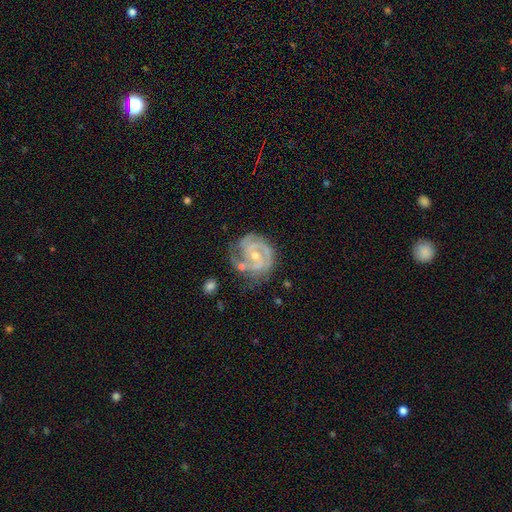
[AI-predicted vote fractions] smooth-or-featured: featured or disk: 88% | smooth: 6% | star or artifact: 5%
  disk-edge-on: no: 98% | yes: 2%
    bar: no: 53% | weak: 37% | strong: 10%
    has-spiral-arms: yes: 96% | no: 4%
      spiral-winding: tight: 59% | medium: 35% | loose: 6%
      spiral-arm-count: 2: 48% | 3: 27% | can't tell: 13% | 1: 4% | 4: 4% | more than 4: 3%
    bulge-size: small: 53% | moderate: 43% | none: 1% | large: 1% | dominant: 1%
  merging: none: 58% | minor disturbance: 24% | major disturbance: 11% | merger: 8%